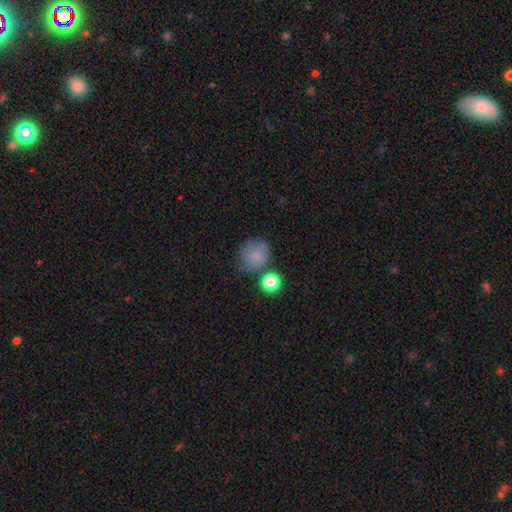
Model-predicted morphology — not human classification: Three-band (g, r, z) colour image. It shows a smooth galaxy with no disk features (76%) that is round (84%). Merging: none (56%).